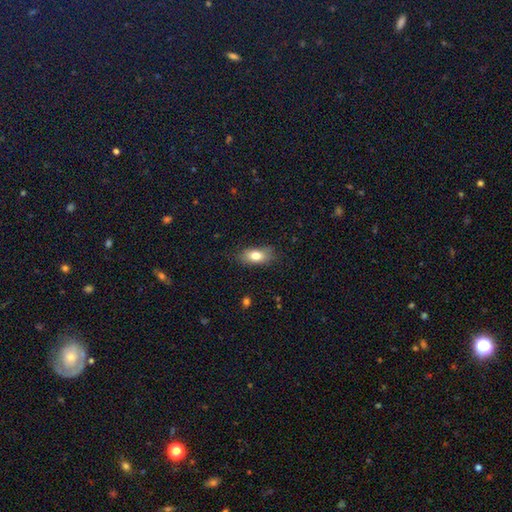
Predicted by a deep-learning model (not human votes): smooth-or-featured: smooth: 78% | featured or disk: 14% | star or artifact: 8%
  how-rounded: in between: 83% | cigar-shaped: 9% | round: 8%
  merging: none: 76% | minor disturbance: 18% | major disturbance: 4% | merger: 1%